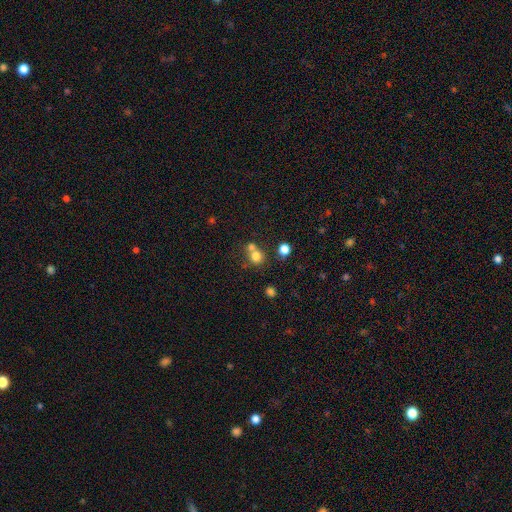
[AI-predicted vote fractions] A smooth galaxy with no disk features (75%) that is round (85%).

Vote fractions:
- Smooth or featured? smooth: 75% / star or artifact: 14% / featured or disk: 11%
- How rounded? round: 85% / in between: 14% / cigar-shaped: 1%
- Merging? none: 46% / merger: 44% / minor disturbance: 7% / major disturbance: 3%